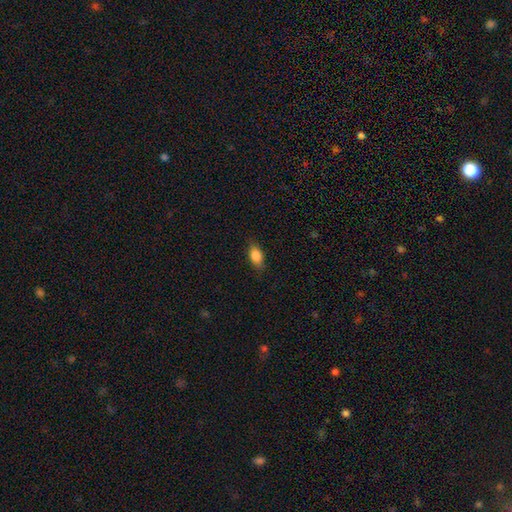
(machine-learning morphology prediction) A smooth galaxy with no disk features (83%) that is in between round and cigar-shaped (83%). Merging: none (82%).